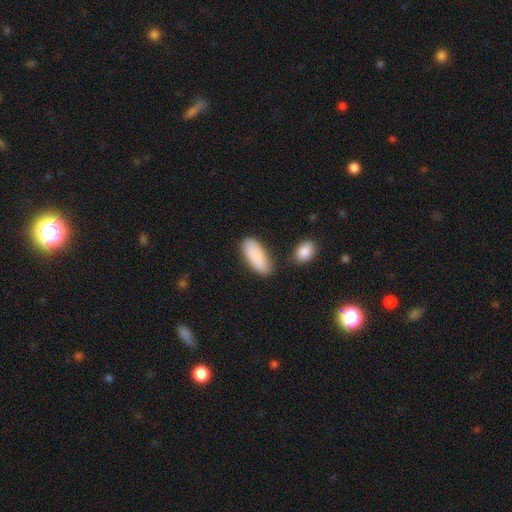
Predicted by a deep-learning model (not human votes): Morphology: type=smooth (89%); roundness=in between (81%); merging=none (74%).